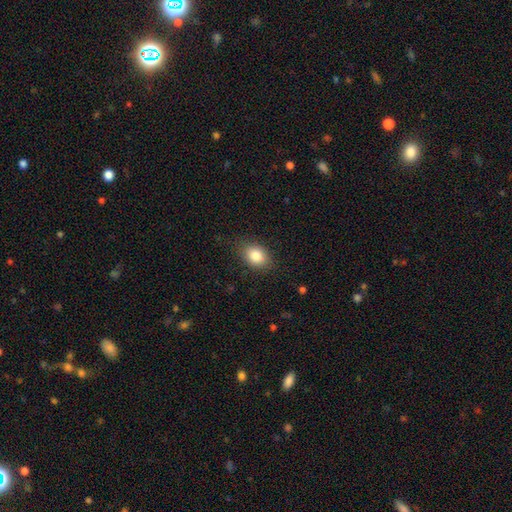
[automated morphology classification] Smooth or featured? Predicted: smooth (p=0.84). How rounded? Predicted: in between (p=0.70). Merging? Predicted: none (p=0.83).